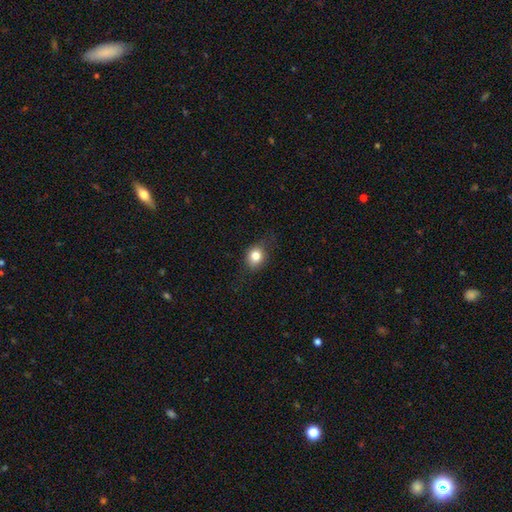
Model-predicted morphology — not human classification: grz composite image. It shows a smooth galaxy with no disk features (79%) that is round (63%). Merging: none (73%).